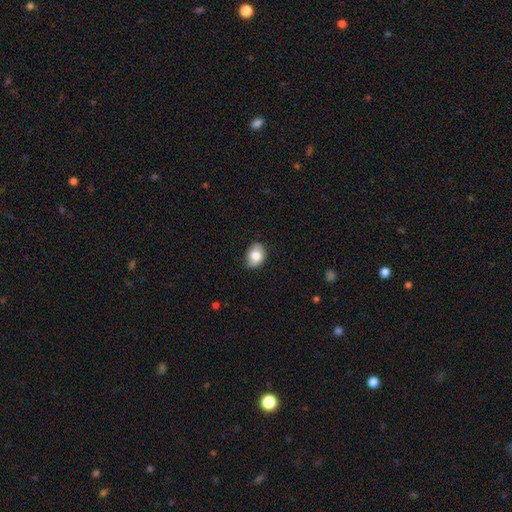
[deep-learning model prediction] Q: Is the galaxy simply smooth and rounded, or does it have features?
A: smooth — 79%.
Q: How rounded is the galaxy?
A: in between — 65%.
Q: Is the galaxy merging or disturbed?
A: none — 73%.